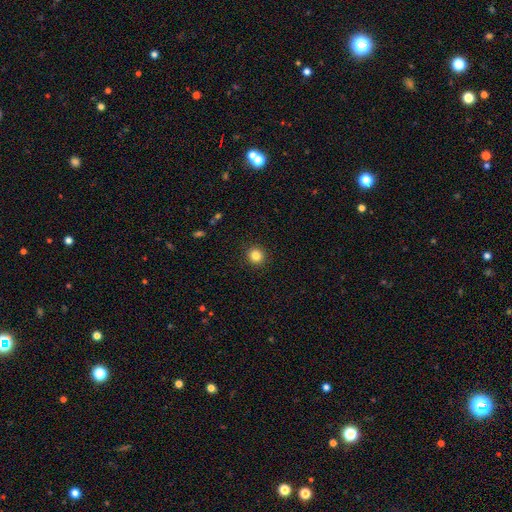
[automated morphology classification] Smooth or featured: smooth — 84% (star or artifact — 11%)
How rounded: round — 92% (in between — 7%)
Merging: none — 92% (minor disturbance — 5%)